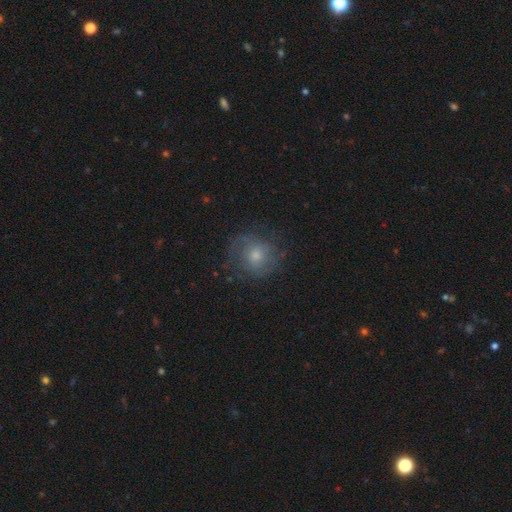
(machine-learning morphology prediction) smooth_or_featured: featured or disk (p=0.55) [alt: smooth p=0.31]
disk_edge_on: no (p=0.97) [alt: yes p=0.03]
bar: no (p=0.75) [alt: weak p=0.22]
has_spiral_arms: yes (p=0.83) [alt: no p=0.17]
bulge_size: moderate (p=0.53) [alt: small p=0.36]
merging: none (p=0.73) [alt: minor disturbance p=0.16]